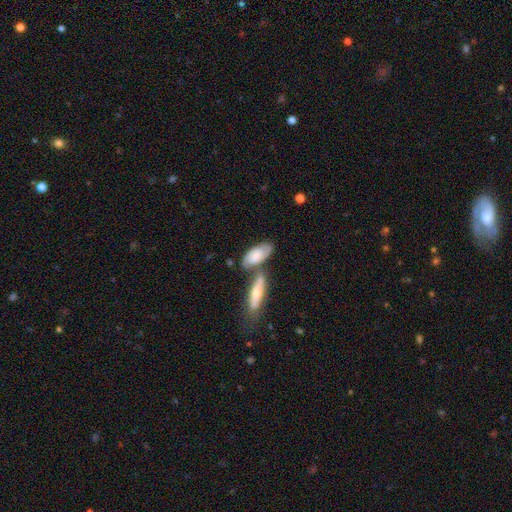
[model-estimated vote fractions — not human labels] smooth 61%, featured or disk 33%, star or artifact 6%. Down the decision tree: how rounded — in between (81%); merging — none (44%).